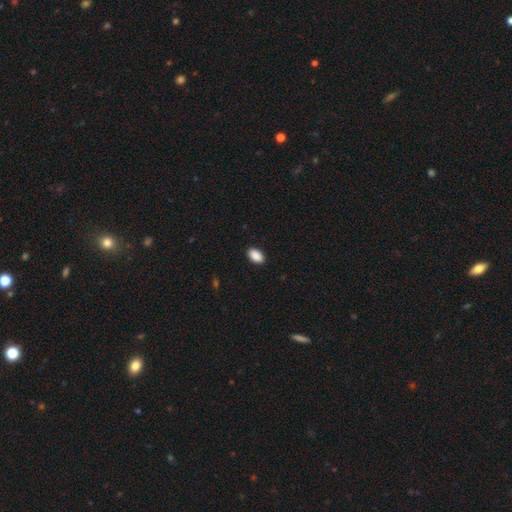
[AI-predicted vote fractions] smooth-or-featured: smooth: 90% | star or artifact: 7% | featured or disk: 3%
  how-rounded: in between: 92% | round: 6% | cigar-shaped: 2%
  merging: none: 90% | minor disturbance: 8% | major disturbance: 2% | merger: 1%